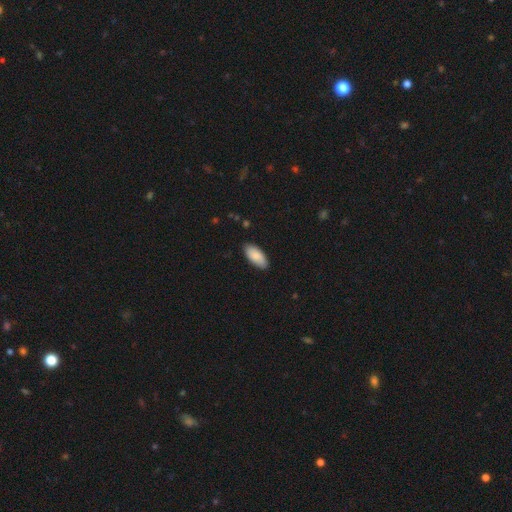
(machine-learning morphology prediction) smooth-or-featured: smooth: 85% | featured or disk: 9% | star or artifact: 6%
  how-rounded: in between: 92% | cigar-shaped: 6% | round: 2%
  merging: none: 86% | minor disturbance: 11% | major disturbance: 2% | merger: 1%